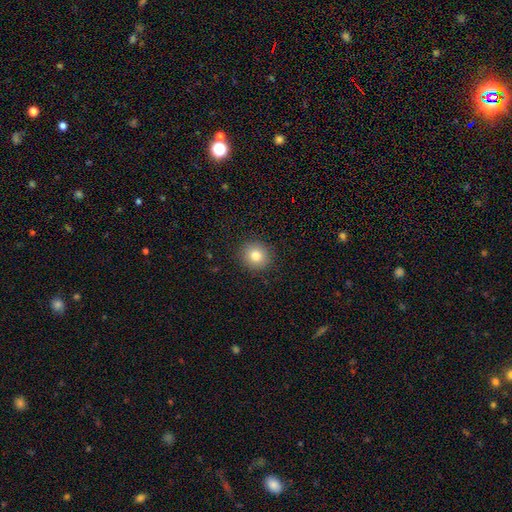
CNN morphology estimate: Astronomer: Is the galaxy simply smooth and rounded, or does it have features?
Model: smooth — 79%.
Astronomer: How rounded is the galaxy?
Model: round — 90%.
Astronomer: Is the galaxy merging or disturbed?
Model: none — 91%.